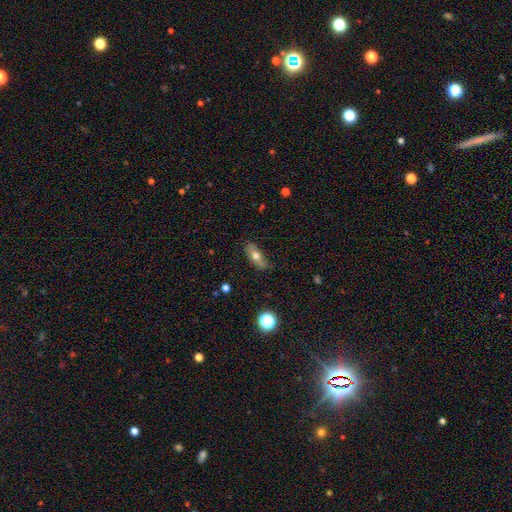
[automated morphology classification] Smooth or featured? Predicted: smooth (p=0.62). How rounded? Predicted: in between (p=0.73). Merging? Predicted: none (p=0.77).